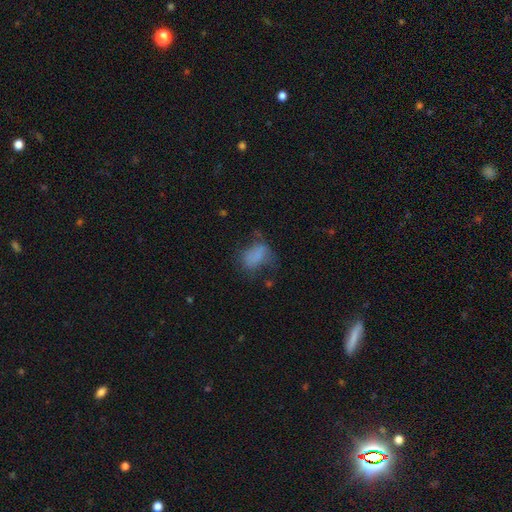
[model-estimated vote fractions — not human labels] smooth-or-featured: smooth: 66% | featured or disk: 21% | star or artifact: 14%
  how-rounded: in between: 83% | round: 15% | cigar-shaped: 3%
  merging: none: 34% | major disturbance: 33% | minor disturbance: 29% | merger: 5%